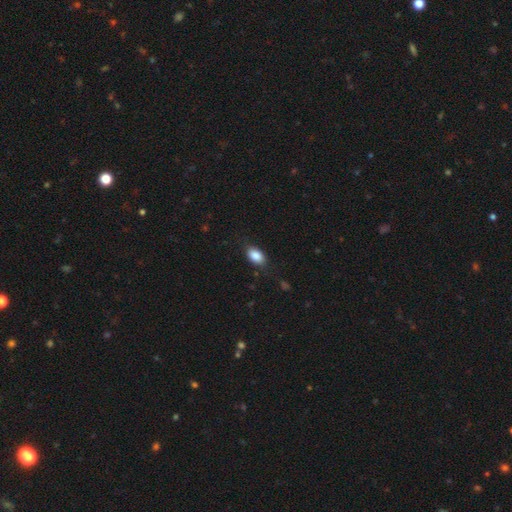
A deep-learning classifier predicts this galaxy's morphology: smooth-or-featured: smooth: 87% | star or artifact: 7% | featured or disk: 5%
  how-rounded: in between: 89% | round: 9% | cigar-shaped: 2%
  merging: none: 80% | minor disturbance: 15% | major disturbance: 4% | merger: 1%